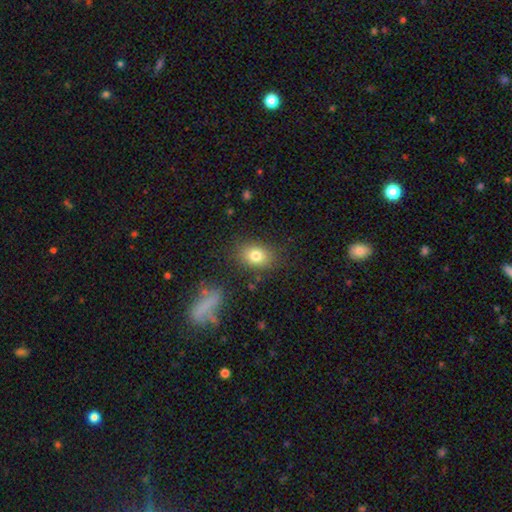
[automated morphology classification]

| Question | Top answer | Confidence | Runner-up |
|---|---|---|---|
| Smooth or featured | smooth | 79% | featured or disk (11%) |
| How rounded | in between | 72% | round (26%) |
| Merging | none | 82% | minor disturbance (12%) |